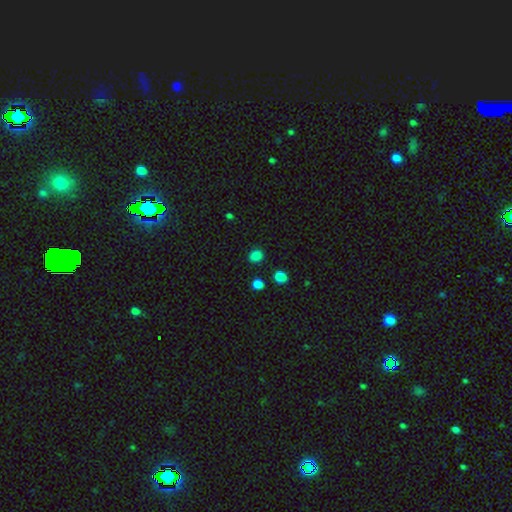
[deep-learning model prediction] smooth_or_featured: smooth (p=0.84) [alt: star or artifact p=0.13]
how_rounded: round (p=0.67) [alt: in between p=0.32]
merging: none (p=0.86) [alt: minor disturbance p=0.08]